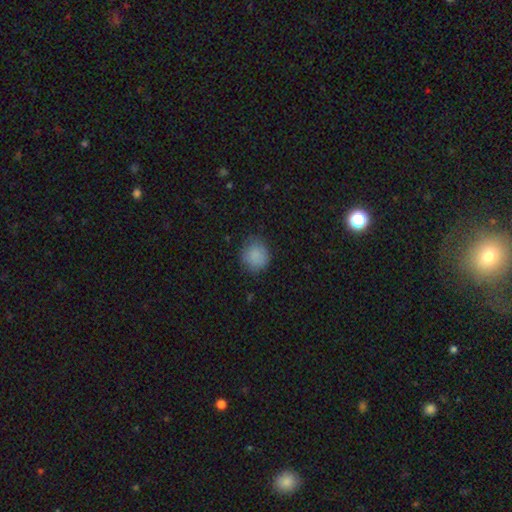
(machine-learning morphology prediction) The model was most divided on "merging": none: 78%, minor disturbance: 17%, major disturbance: 4%, merger: 1%. More confident: smooth or featured — smooth (86%); how rounded — round (83%).